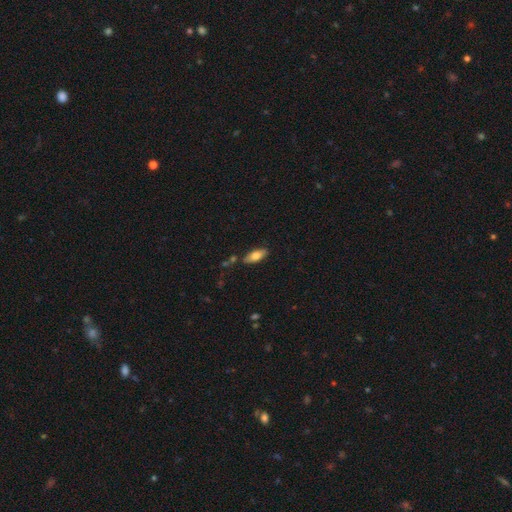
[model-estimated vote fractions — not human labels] This appears to be a smooth galaxy with no disk features (74%) that is in between round and cigar-shaped (77%). Merging: none (79%).